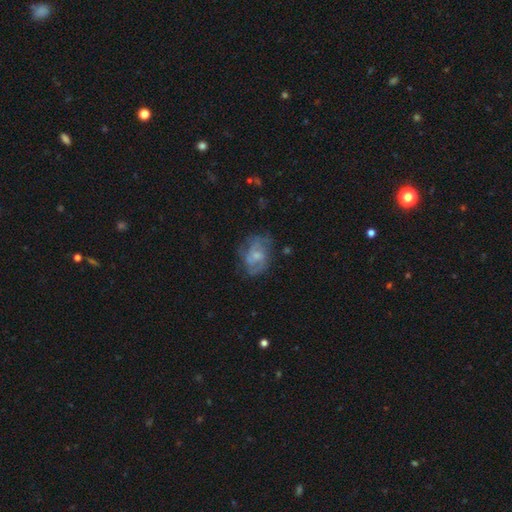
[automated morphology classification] Smooth or featured: featured or disk — 71% (smooth — 22%)
Edge-on disk: no — 97% (yes — 3%)
Bar: no — 56% (weak — 38%)
Spiral arms: yes — 84% (no — 16%)
Spiral winding: medium — 49% (tight — 31%)
Spiral arm count: 2 — 51% (can't tell — 26%)
Bulge size: small — 49% (moderate — 34%)
Merging: none — 63% (minor disturbance — 22%)